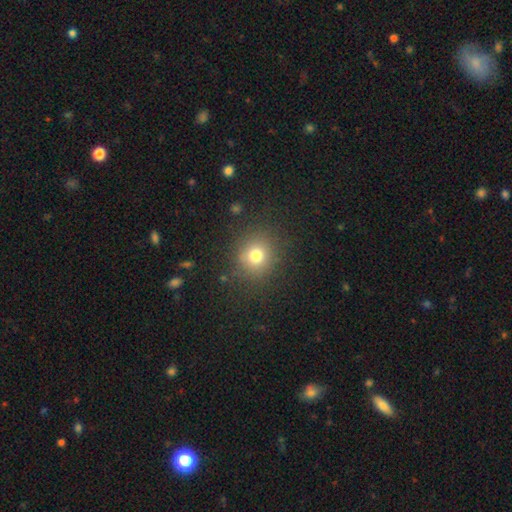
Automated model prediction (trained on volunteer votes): This is likely a smooth galaxy (76%). How rounded: clearly round (84%). Merging: clearly none (85%).